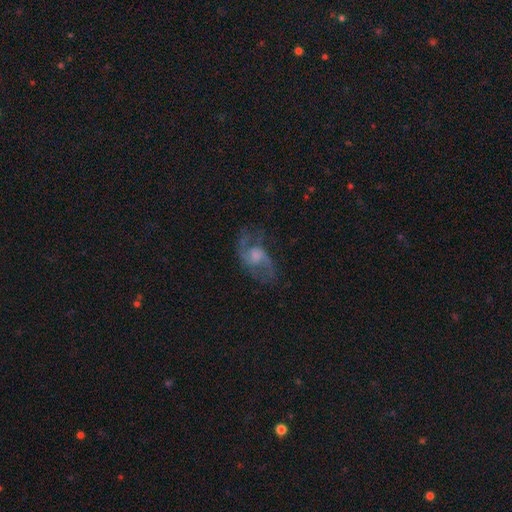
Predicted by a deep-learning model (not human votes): The model was most divided on "spiral winding" (2-way tie): loose: 45%, medium: 45%, tight: 10%. Remaining: edge-on disk — no (96%); spiral arms — yes (92%); spiral arm count — 2 (85%); smooth or featured — featured or disk (78%); merging — none (64%); bar — no (51%); bulge size — small (35%).